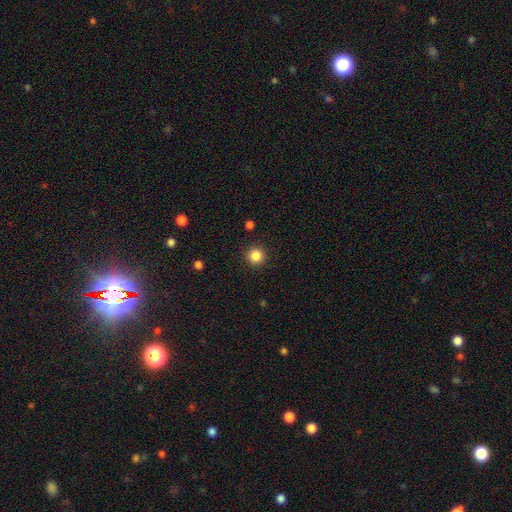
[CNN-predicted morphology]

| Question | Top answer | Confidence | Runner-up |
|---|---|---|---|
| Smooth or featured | smooth | 86% | star or artifact (11%) |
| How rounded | round | 95% | in between (4%) |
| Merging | none | 92% | minor disturbance (5%) |